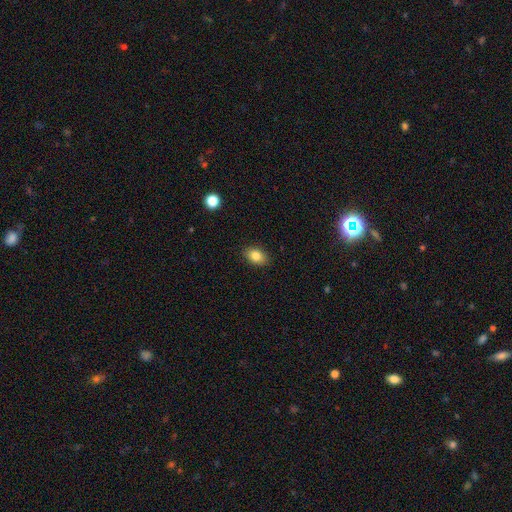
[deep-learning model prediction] This appears to be a smooth galaxy with no disk features (85%) that is in between round and cigar-shaped (82%). Merging: none (88%).